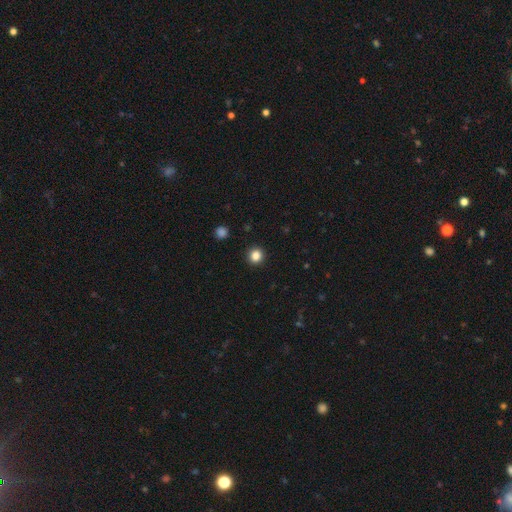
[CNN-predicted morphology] The model was most divided on "smooth or featured": smooth: 84%, star or artifact: 12%, featured or disk: 4%. More confident: merging — none (93%); how rounded — round (92%).